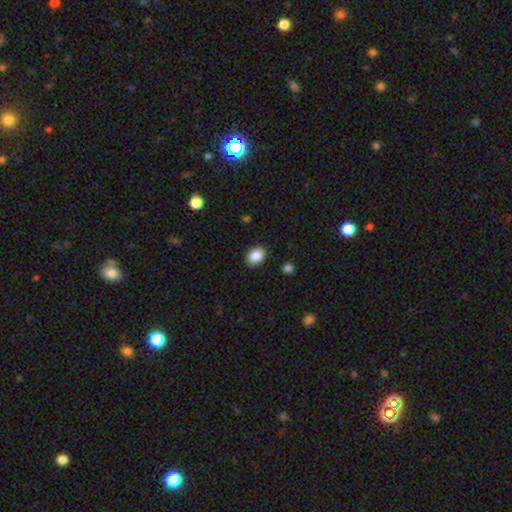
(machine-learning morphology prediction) This appears to be a smooth galaxy with no disk features (87%) that is in between round and cigar-shaped (63%). Merging: none (89%).